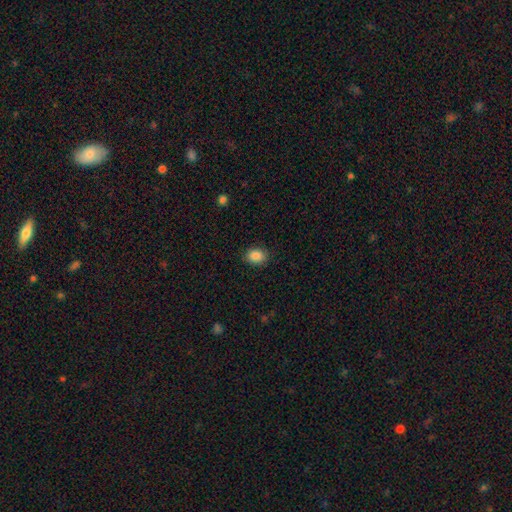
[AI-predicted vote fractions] Q: Smooth or featured?
A: smooth (88%); runner-up: star or artifact (9%)
Q: How rounded?
A: in between (59%); runner-up: round (40%)
Q: Merging?
A: none (88%); runner-up: minor disturbance (9%)